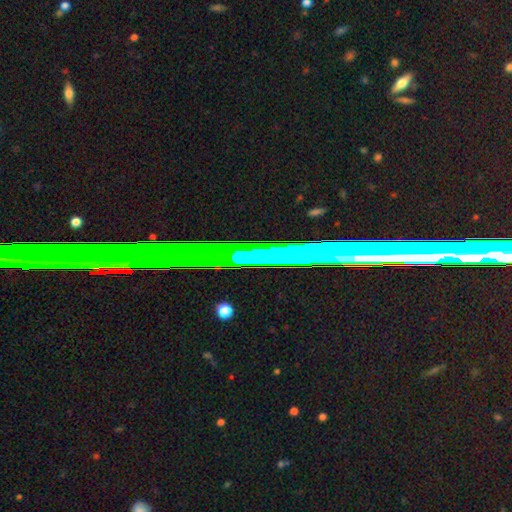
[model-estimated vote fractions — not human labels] A star or artifact, not a galaxy (70%).

Vote fractions:
- Smooth or featured? star or artifact: 70% / featured or disk: 18% / smooth: 12%